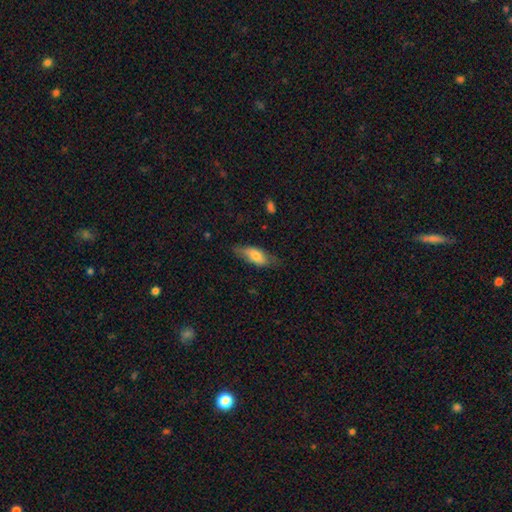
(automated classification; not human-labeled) This appears to be a smooth galaxy with no disk features (71%) that is in between round and cigar-shaped (78%). Merging: none (62%).